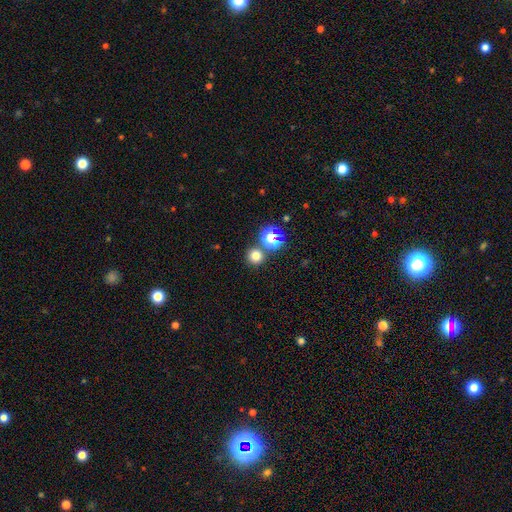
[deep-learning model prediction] smooth-or-featured: smooth: 71% | star or artifact: 23% | featured or disk: 6%
  how-rounded: round: 93% | in between: 6% | cigar-shaped: 1%
  merging: none: 79% | merger: 12% | minor disturbance: 6% | major disturbance: 3%